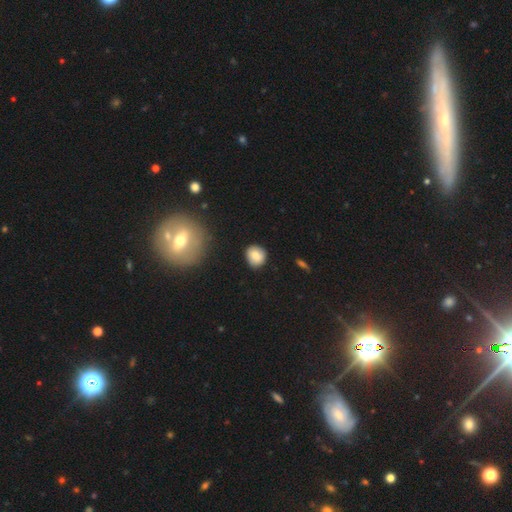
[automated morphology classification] type=smooth (79%); roundness=round (85%); merging=none (85%).